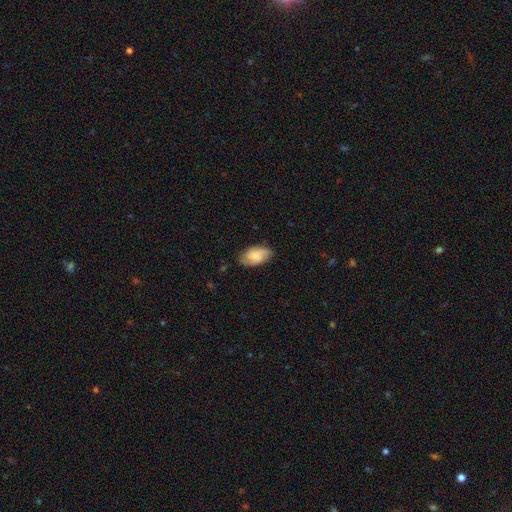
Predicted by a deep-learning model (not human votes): smooth-or-featured: smooth: 59% | featured or disk: 33% | star or artifact: 7%
  how-rounded: in between: 93% | round: 5% | cigar-shaped: 3%
  merging: none: 76% | minor disturbance: 19% | major disturbance: 4% | merger: 1%